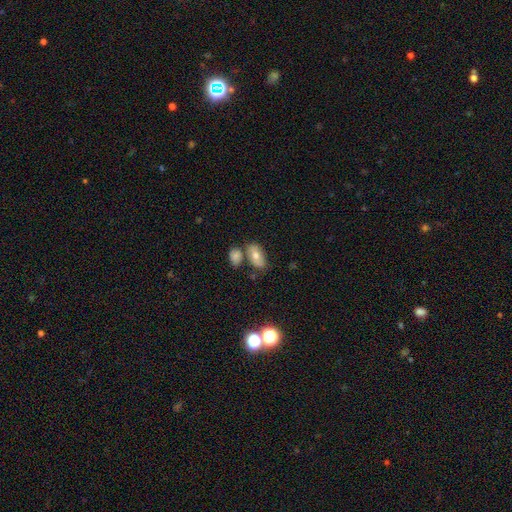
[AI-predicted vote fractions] A smooth galaxy with no disk features (67%) that is in between round and cigar-shaped (88%). Merging: none (59%).